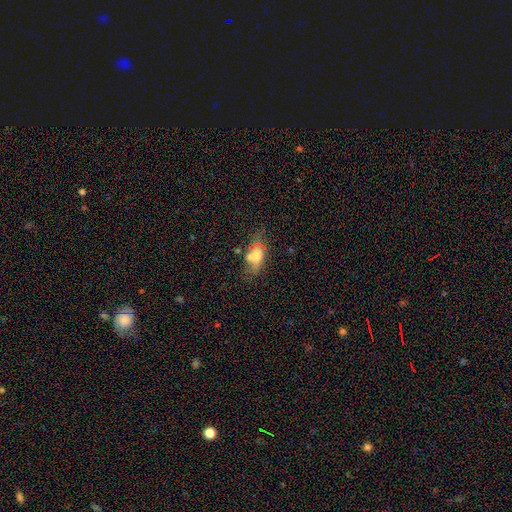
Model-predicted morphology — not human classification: The model was most divided on "smooth or featured": smooth: 55%, featured or disk: 31%, star or artifact: 14%. More confident: how rounded — in between (80%); merging — none (55%).